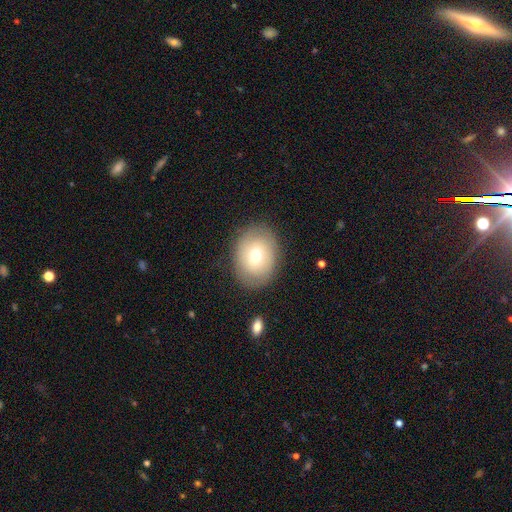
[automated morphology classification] smooth 67%, featured or disk 25%, star or artifact 8%. Down the decision tree: how rounded — in between (62%); merging — none (84%).